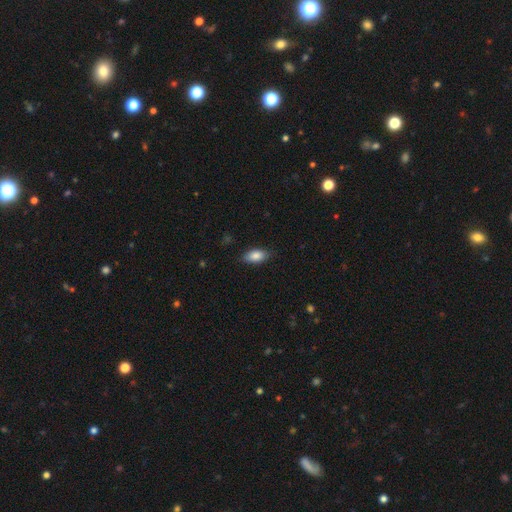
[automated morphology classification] A smooth galaxy with no disk features (86%) that is in between round and cigar-shaped (91%). Merging: none (84%).